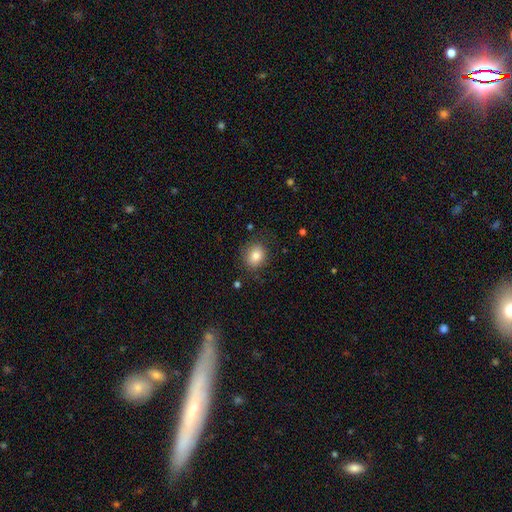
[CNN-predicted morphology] Q: Smooth or featured?
A: smooth (83%); runner-up: star or artifact (9%)
Q: How rounded?
A: round (58%); runner-up: in between (41%)
Q: Merging?
A: none (82%); runner-up: minor disturbance (13%)